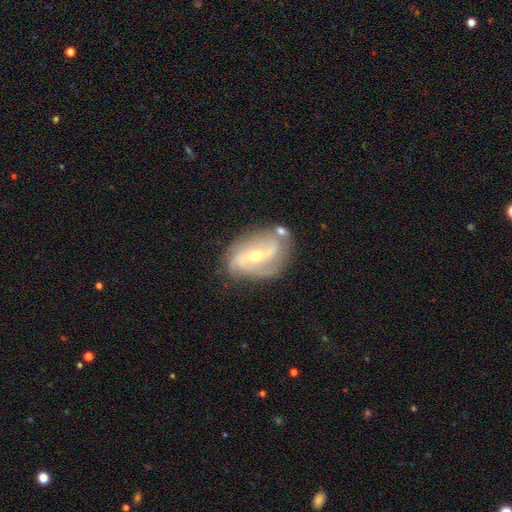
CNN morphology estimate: Smooth or featured: featured or disk — 86% (smooth — 8%)
Edge-on disk: no — 96% (yes — 4%)
Bar: strong — 41% (weak — 38%)
Spiral arms: yes — 94% (no — 6%)
Spiral winding: medium — 41% (loose — 36%)
Spiral arm count: 2 — 65% (3 — 16%)
Bulge size: moderate — 48% (tied with small — 48%)
Merging: none — 66% (minor disturbance — 19%)